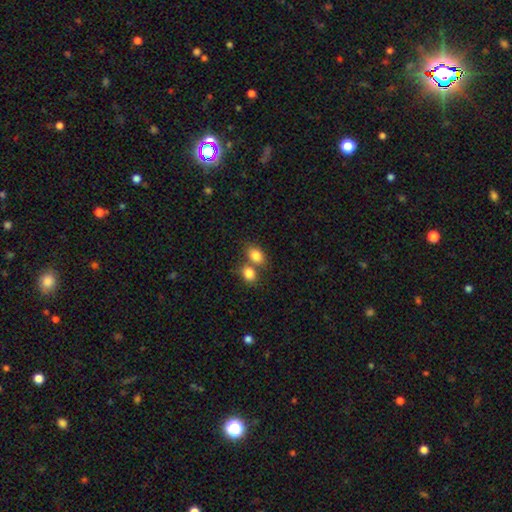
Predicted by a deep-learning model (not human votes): Smooth or featured? smooth (83%)
How rounded? in between (71%)
Merging? merger (45%)